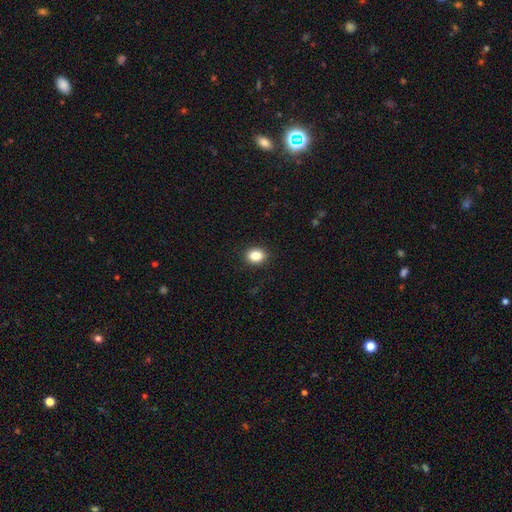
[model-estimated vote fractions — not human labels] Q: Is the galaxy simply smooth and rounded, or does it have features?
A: smooth — 85%.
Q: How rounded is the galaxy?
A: in between — 54%.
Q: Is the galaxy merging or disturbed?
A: none — 90%.